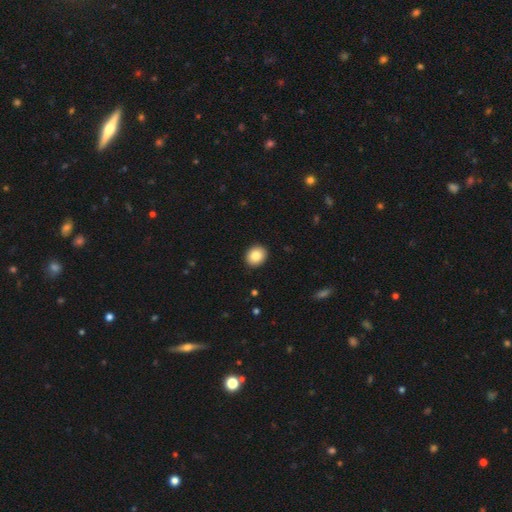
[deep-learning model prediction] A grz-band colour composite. It shows a smooth galaxy with no disk features (84%) that is round (63%). Merging: none (92%).